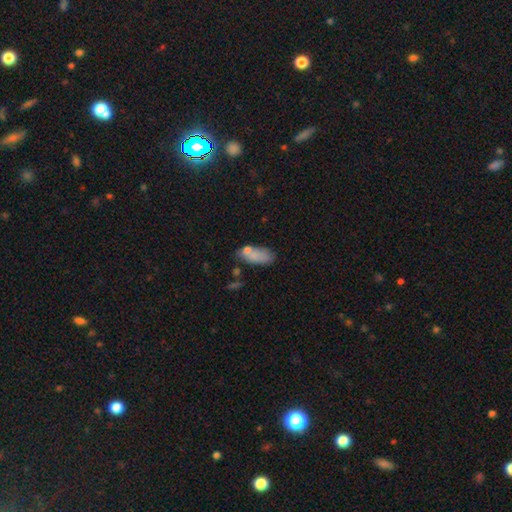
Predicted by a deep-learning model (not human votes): smooth 77%, featured or disk 14%, star or artifact 9%. Down the decision tree: how rounded — in between (85%); merging — none (51%).